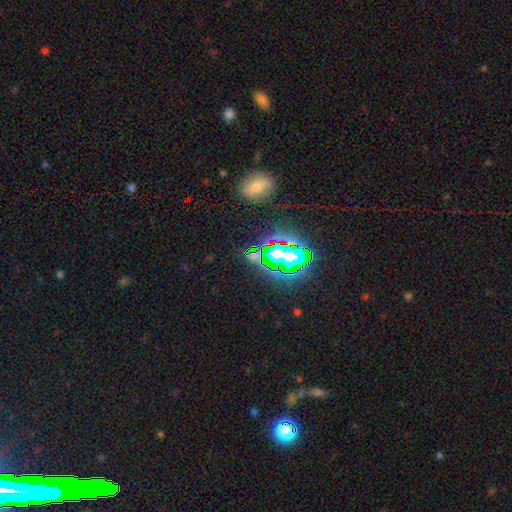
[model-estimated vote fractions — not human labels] Overall: star or artifact (72%).